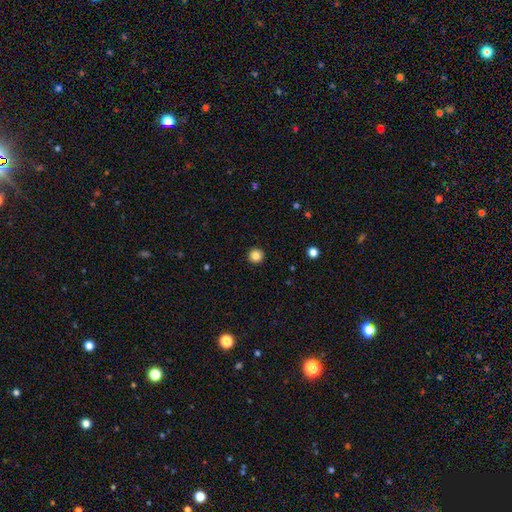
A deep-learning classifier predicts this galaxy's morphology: Smooth or featured?
  - smooth: 85% *
  - star or artifact: 11%
  - featured or disk: 5%
How rounded?
  - round: 96% *
  - in between: 3%
  - cigar-shaped: 1%
Merging?
  - none: 93% *
  - minor disturbance: 4%
  - major disturbance: 2%
  - merger: 1%